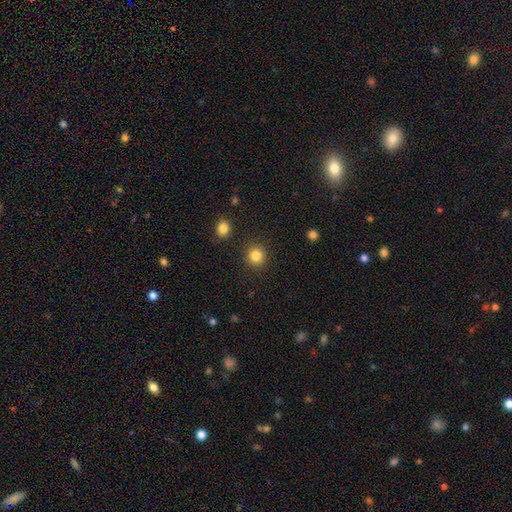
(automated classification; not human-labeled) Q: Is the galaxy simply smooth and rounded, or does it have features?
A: smooth — 84%.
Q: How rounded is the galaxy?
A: round — 90%.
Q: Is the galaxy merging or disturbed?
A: none — 90%.